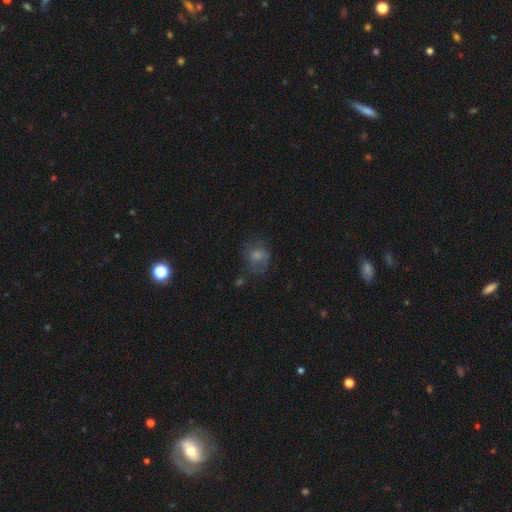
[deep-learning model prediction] smooth 41%, featured or disk 34%, star or artifact 24%. Down the decision tree: merging — none (68%).